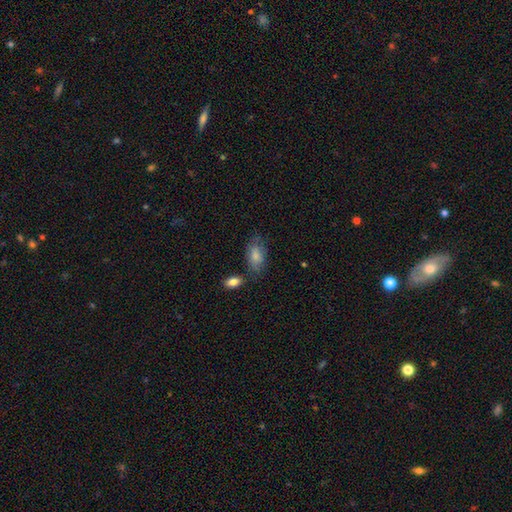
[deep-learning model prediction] Q: Smooth or featured?
A: smooth (79%); runner-up: featured or disk (14%)
Q: How rounded?
A: in between (92%); runner-up: round (6%)
Q: Merging?
A: none (57%); runner-up: minor disturbance (26%)